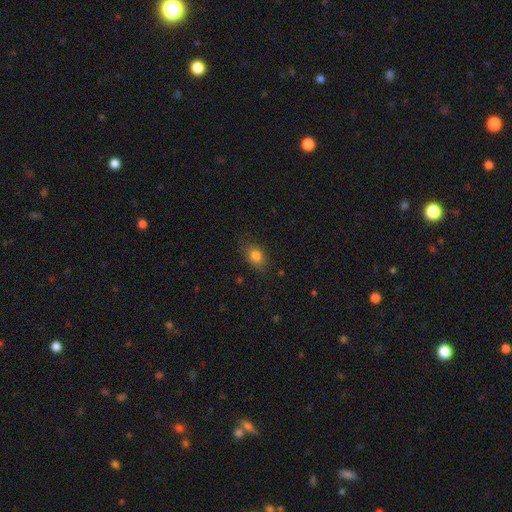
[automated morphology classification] Smooth or featured: smooth — 81% (star or artifact — 10%)
How rounded: in between — 73% (round — 24%)
Merging: none — 80% (minor disturbance — 15%)